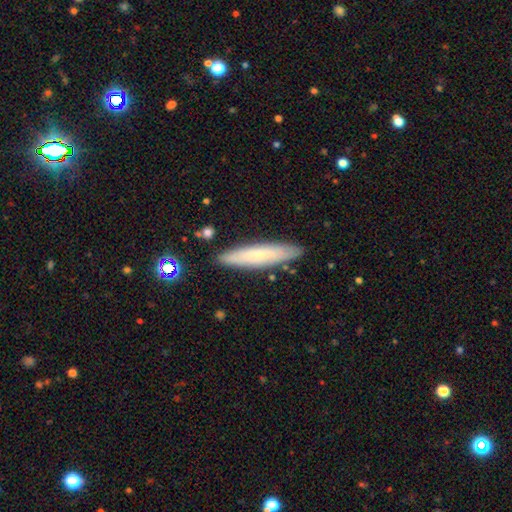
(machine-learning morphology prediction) type=smooth (63%); roundness=cigar-shaped (88%); merging=none (86%).